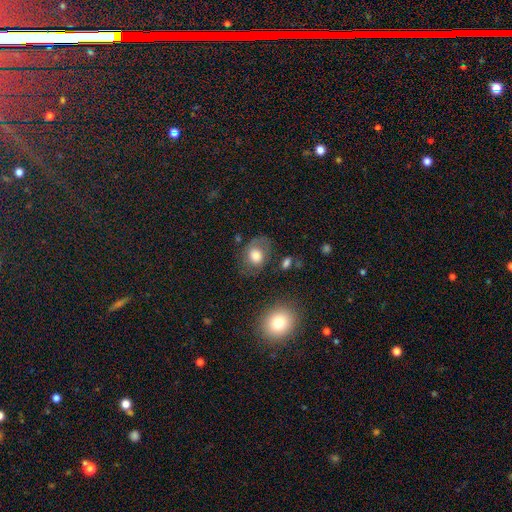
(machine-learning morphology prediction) smooth 64%, featured or disk 26%, star or artifact 9%. Down the decision tree: how rounded — in between (52%); merging — none (60%).